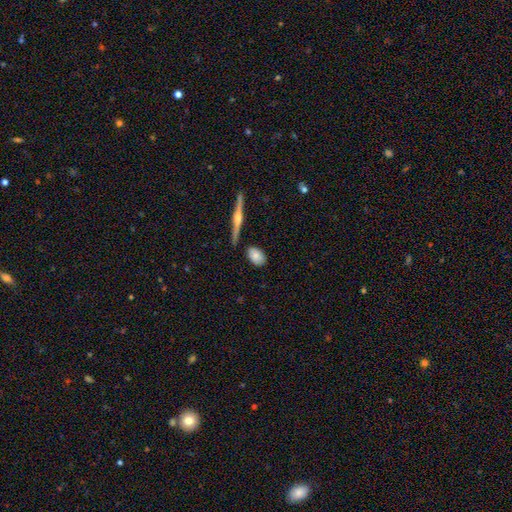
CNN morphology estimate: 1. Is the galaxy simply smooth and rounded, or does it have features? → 76% smooth, 17% featured or disk, 7% star or artifact.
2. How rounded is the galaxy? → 85% in between, 11% round, 4% cigar-shaped.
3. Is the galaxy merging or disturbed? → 77% none, 15% minor disturbance, 5% merger, 3% major disturbance.